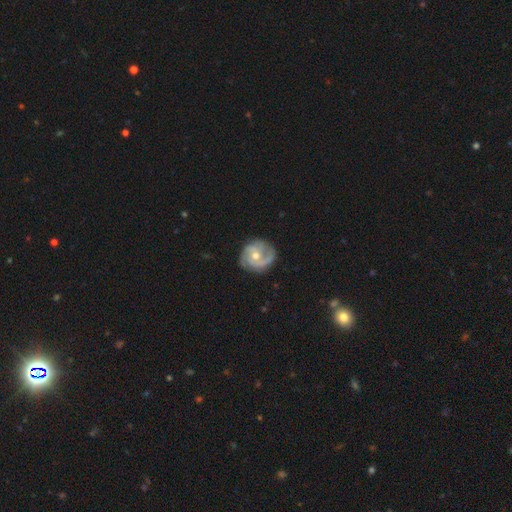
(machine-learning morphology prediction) Smooth or featured?
  - featured or disk: 86% *
  - smooth: 9%
  - star or artifact: 5%
Edge-on disk?
  - no: 98% *
  - yes: 2%
Bar?
  - no: 59% *
  - weak: 32%
  - strong: 9%
Spiral arms?
  - yes: 96% *
  - no: 4%
Spiral winding?
  - medium: 45% *
  - tight: 42%
  - loose: 13%
Spiral arm count?
  - 2: 47% *
  - 3: 30%
  - can't tell: 11%
  - 1: 4%
  - 4: 4%
  - more than 4: 3%
Bulge size?
  - moderate: 61% *
  - small: 35%
  - large: 2%
  - none: 1%
  - dominant: 1%
Merging?
  - none: 77% *
  - minor disturbance: 17%
  - major disturbance: 5%
  - merger: 1%